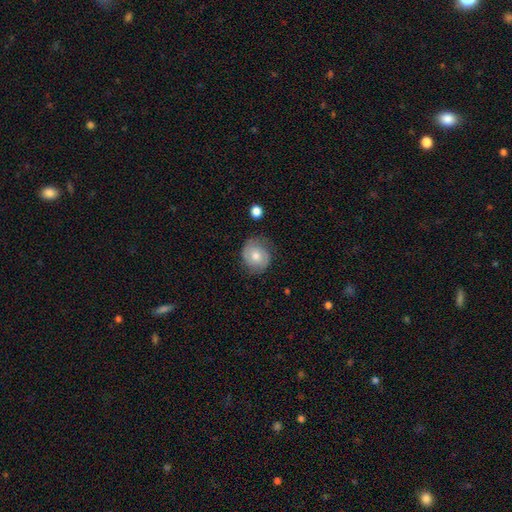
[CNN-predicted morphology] Smooth or featured?
  - smooth: 52% *
  - featured or disk: 40%
  - star or artifact: 8%
How rounded?
  - round: 77% *
  - in between: 22%
  - cigar-shaped: 1%
Merging?
  - none: 71% *
  - minor disturbance: 21%
  - major disturbance: 6%
  - merger: 2%